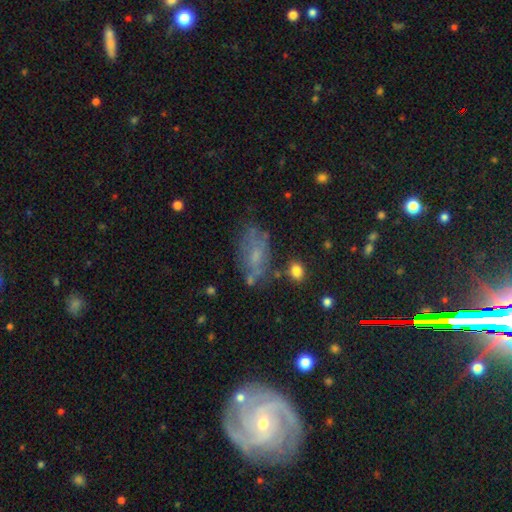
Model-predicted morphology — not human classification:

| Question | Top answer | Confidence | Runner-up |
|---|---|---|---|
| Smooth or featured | smooth | 47% | featured or disk (39%) |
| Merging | none | 52% | minor disturbance (26%) |